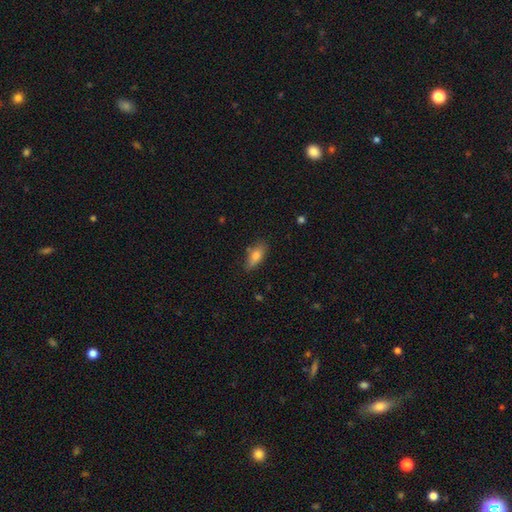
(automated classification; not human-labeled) A smooth galaxy with no disk features (77%) that is in between round and cigar-shaped (79%). Merging: none (72%).